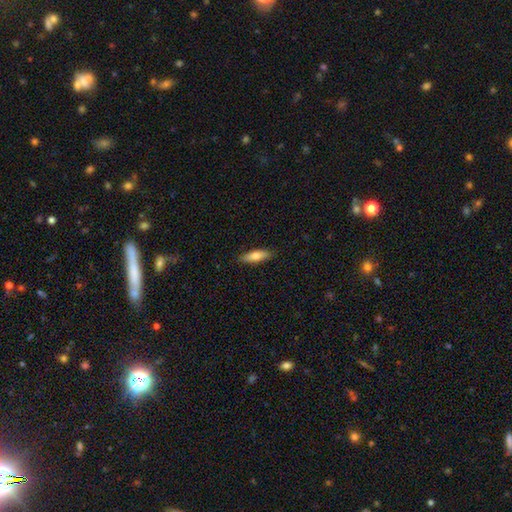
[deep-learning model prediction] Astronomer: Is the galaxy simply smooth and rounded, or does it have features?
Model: smooth — 73%.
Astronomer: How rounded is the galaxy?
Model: cigar-shaped — 51% (runner-up: in between, 46%).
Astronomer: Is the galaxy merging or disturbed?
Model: none — 87%.